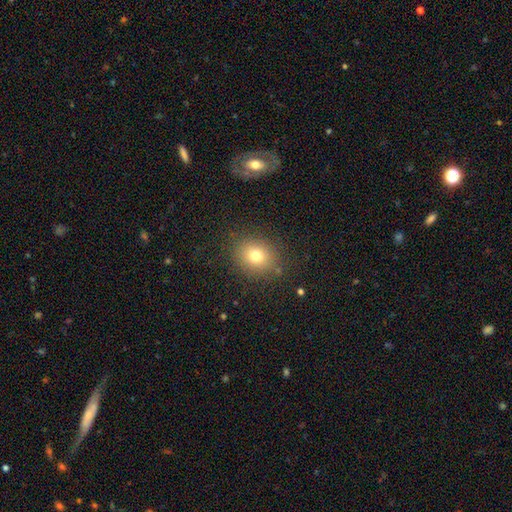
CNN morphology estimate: The model was most divided on "how rounded": round: 65%, in between: 34%, cigar-shaped: 1%. More confident: merging — none (85%); smooth or featured — smooth (76%).